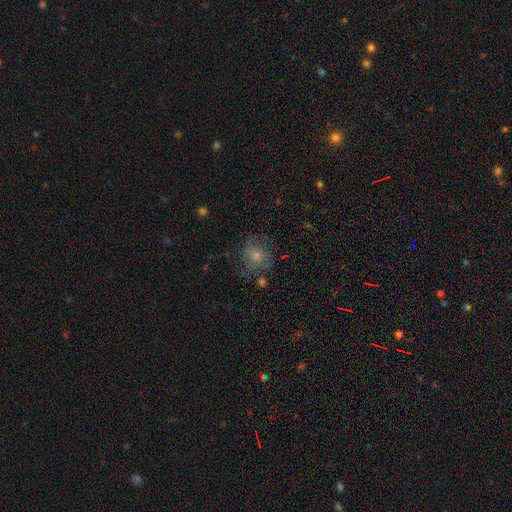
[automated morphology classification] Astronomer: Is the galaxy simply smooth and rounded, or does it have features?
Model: smooth — 54% (runner-up: featured or disk, 34%).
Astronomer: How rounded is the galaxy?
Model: round — 73%.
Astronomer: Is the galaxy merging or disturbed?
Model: none — 55%.